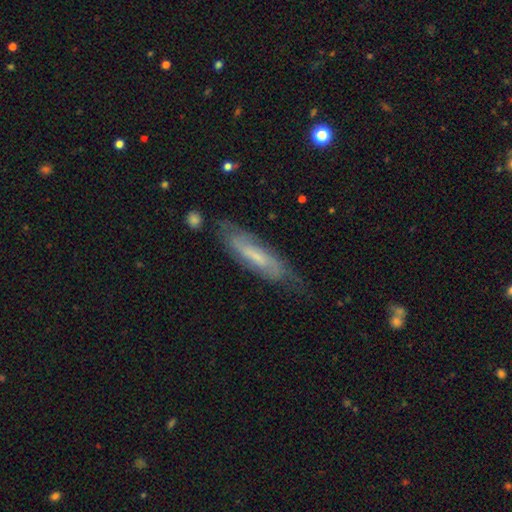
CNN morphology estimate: featured or disk 57%, smooth 36%, star or artifact 7%. Down the decision tree: edge-on disk — no (63%); merging — none (68%).